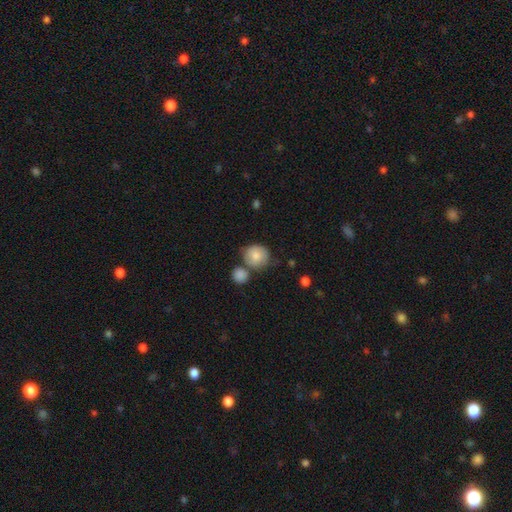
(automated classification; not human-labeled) Smooth or featured: smooth — 81% (featured or disk — 12%)
How rounded: round — 82% (in between — 17%)
Merging: none — 53% (merger — 22%)